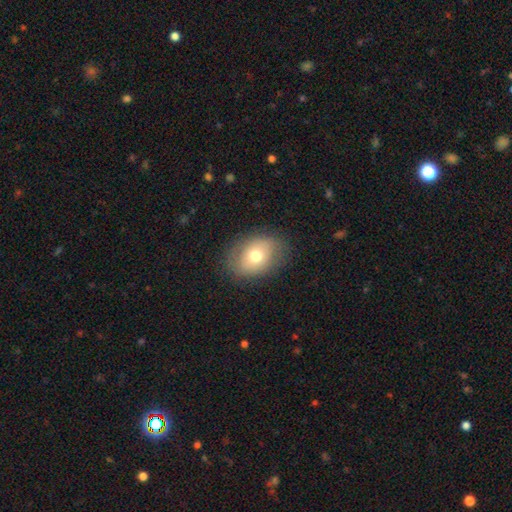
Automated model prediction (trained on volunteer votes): smooth 69%, featured or disk 22%, star or artifact 10%. Down the decision tree: how rounded — in between (69%); merging — none (80%).